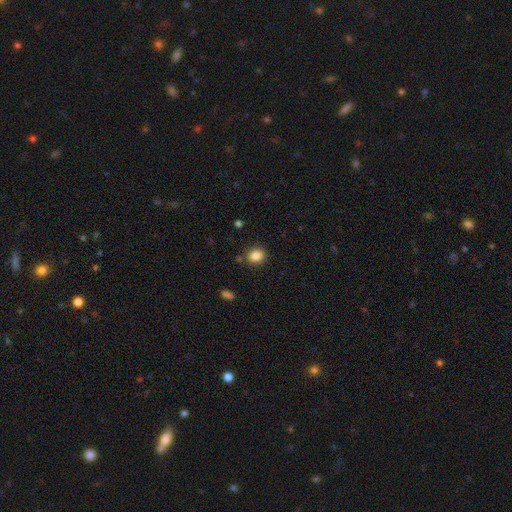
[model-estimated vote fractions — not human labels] smooth-or-featured: smooth: 86% | star or artifact: 10% | featured or disk: 5%
  how-rounded: round: 53% | in between: 46% | cigar-shaped: 1%
  merging: none: 84% | minor disturbance: 10% | merger: 3% | major disturbance: 3%